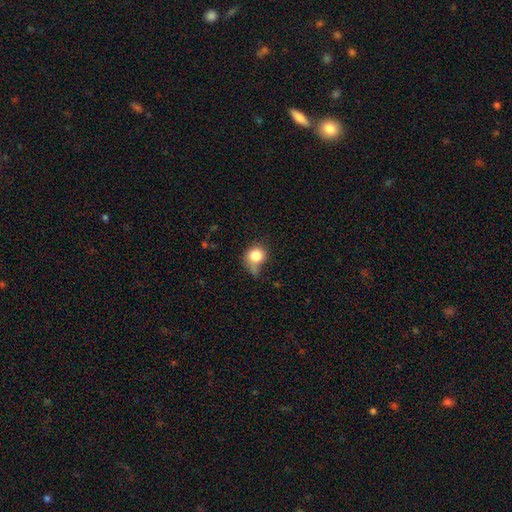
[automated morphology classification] The model was most divided on "merging": none: 43%, minor disturbance: 32%, major disturbance: 15%, merger: 10%. More confident: smooth or featured — smooth (81%); how rounded — round (76%).